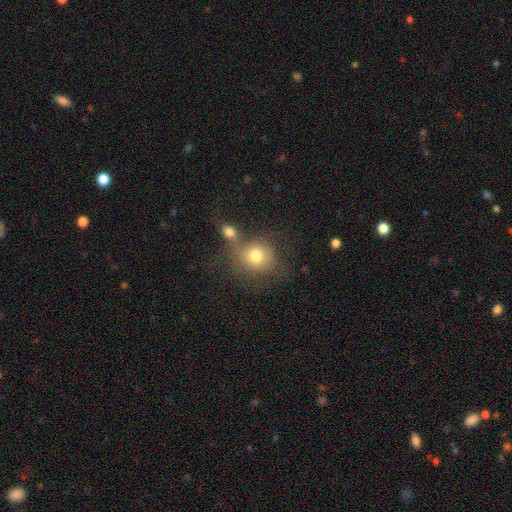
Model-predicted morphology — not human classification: A smooth galaxy with no disk features (77%) that is round (81%).

Vote fractions:
- Smooth or featured? smooth: 77% / featured or disk: 12% / star or artifact: 11%
- How rounded? round: 81% / in between: 18% / cigar-shaped: 1%
- Merging? none: 44% / merger: 34% / minor disturbance: 13% / major disturbance: 9%